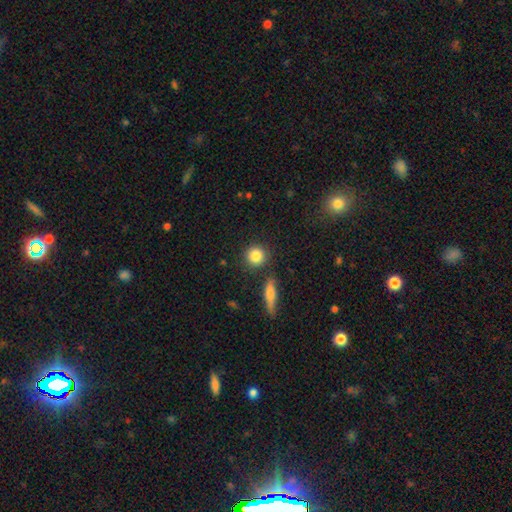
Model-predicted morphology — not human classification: Q: Smooth or featured?
A: smooth (84%); runner-up: star or artifact (8%)
Q: How rounded?
A: round (88%); runner-up: in between (9%)
Q: Merging?
A: none (84%); runner-up: minor disturbance (8%)